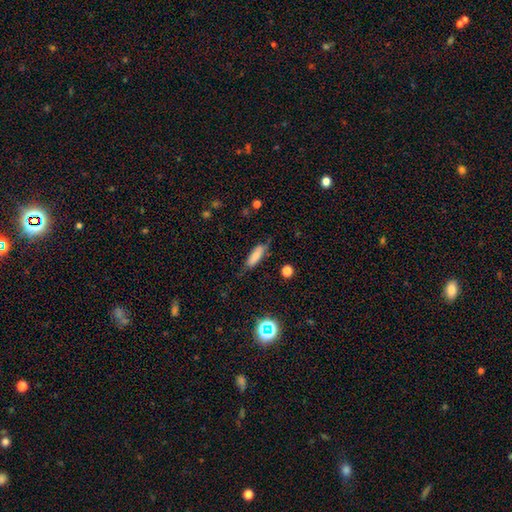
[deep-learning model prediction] Smooth or featured? Predicted: smooth (p=0.77). How rounded? Predicted: in between (p=0.50). Merging? Predicted: none (p=0.64).